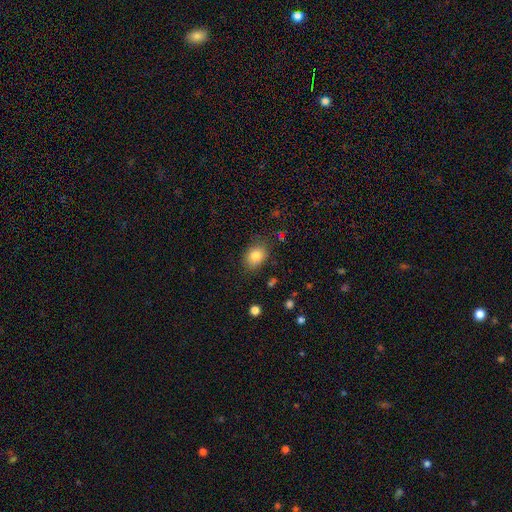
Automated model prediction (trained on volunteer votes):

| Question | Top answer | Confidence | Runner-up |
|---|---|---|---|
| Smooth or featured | smooth | 83% | star or artifact (9%) |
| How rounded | in between | 66% | round (33%) |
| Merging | none | 79% | minor disturbance (15%) |